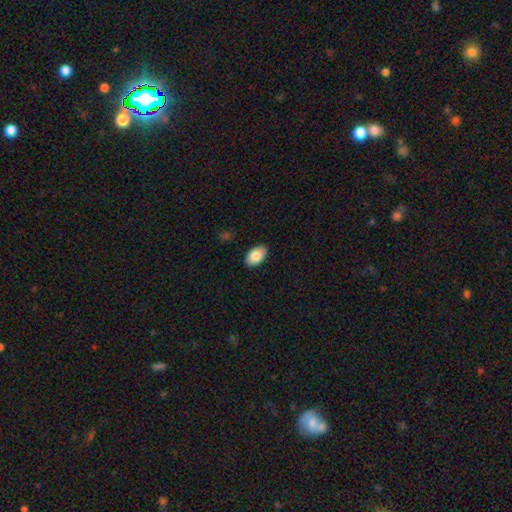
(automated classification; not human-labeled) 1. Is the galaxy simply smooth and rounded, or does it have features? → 86% smooth, 8% featured or disk, 7% star or artifact.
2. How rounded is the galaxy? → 92% in between, 7% round, 1% cigar-shaped.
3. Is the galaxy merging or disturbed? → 88% none, 9% minor disturbance, 2% major disturbance, 1% merger.